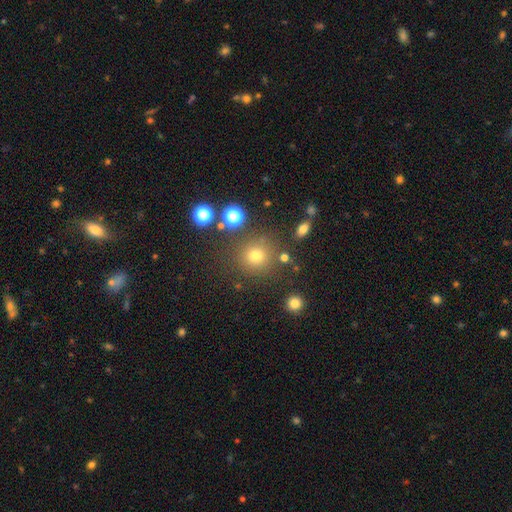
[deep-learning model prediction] This is likely a smooth galaxy (71%). How rounded: clearly round (92%). Merging: clearly none (82%).